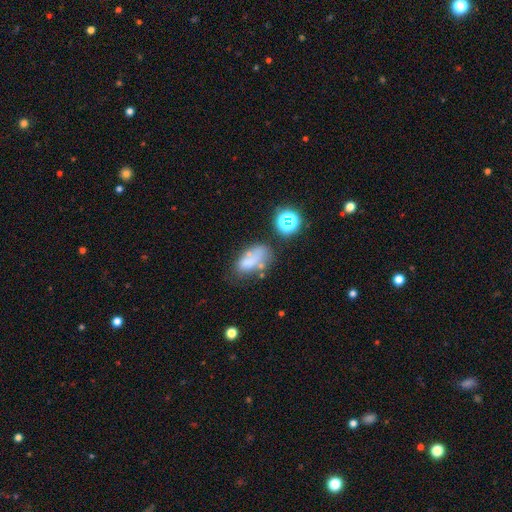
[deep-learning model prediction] Overall: smooth (59%; featured or disk 24%). How rounded: in between (88%). Merging: none (36%; minor disturbance 25%).